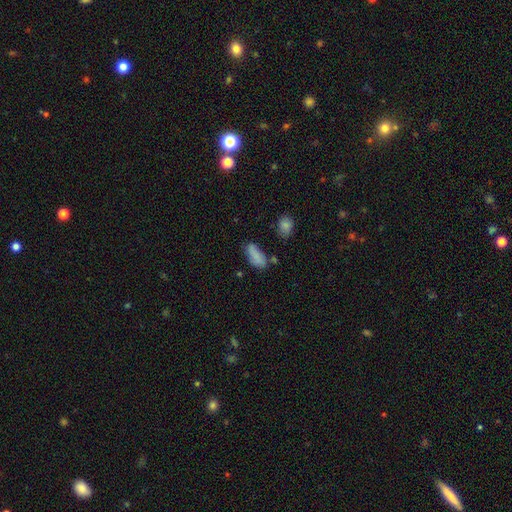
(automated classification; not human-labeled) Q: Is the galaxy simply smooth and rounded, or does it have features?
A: smooth — 81%.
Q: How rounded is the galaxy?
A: in between — 82%.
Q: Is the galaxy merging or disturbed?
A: none — 59%.